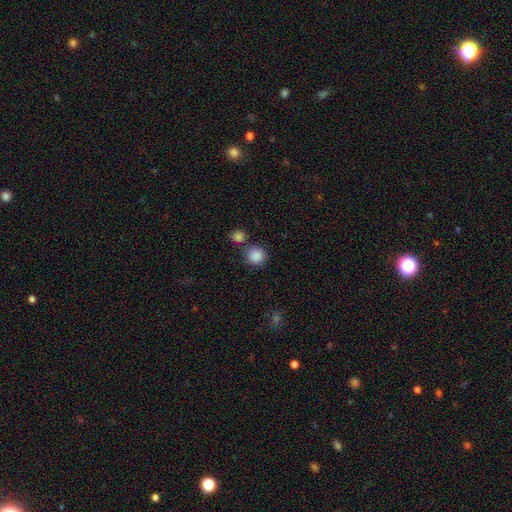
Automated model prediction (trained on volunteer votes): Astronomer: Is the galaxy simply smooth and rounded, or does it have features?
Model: smooth — 87%.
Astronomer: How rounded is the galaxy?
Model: round — 88%.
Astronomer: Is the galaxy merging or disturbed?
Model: none — 66%.